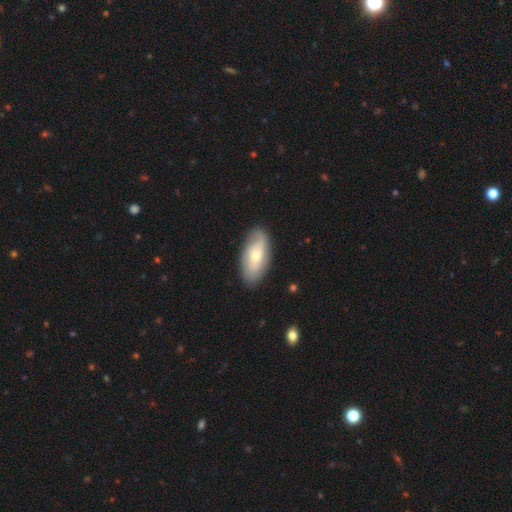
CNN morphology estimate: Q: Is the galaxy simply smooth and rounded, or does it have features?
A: smooth — 52%.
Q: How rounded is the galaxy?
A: in between — 89%.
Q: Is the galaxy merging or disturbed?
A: none — 82%.